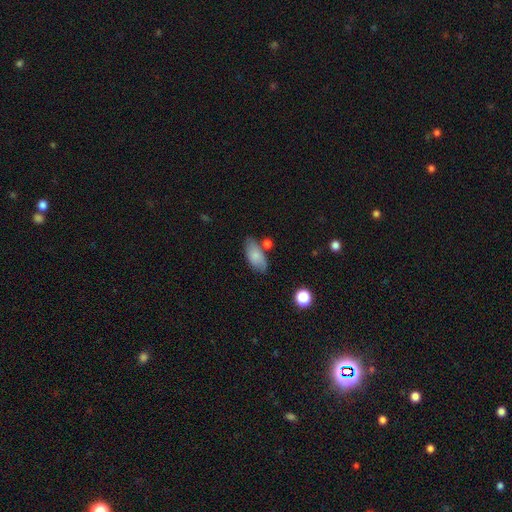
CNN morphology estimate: Smooth or featured?
  - smooth: 79% *
  - featured or disk: 14%
  - star or artifact: 7%
How rounded?
  - in between: 92% *
  - cigar-shaped: 5%
  - round: 3%
Merging?
  - none: 68% *
  - minor disturbance: 19%
  - merger: 9%
  - major disturbance: 5%